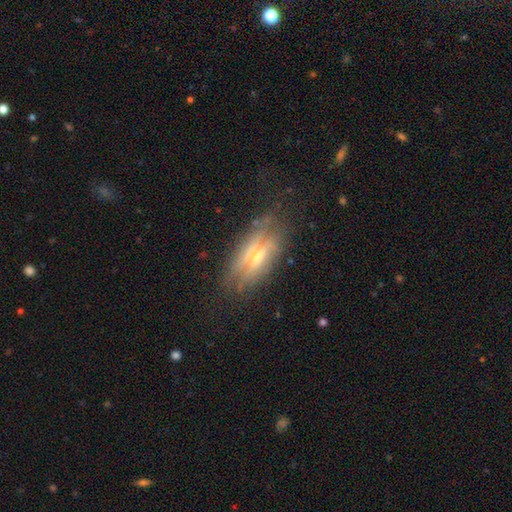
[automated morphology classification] Smooth or featured: featured or disk — 57% (smooth — 33%)
Edge-on disk: yes — 71% (no — 29%)
Merging: none — 71% (minor disturbance — 20%)